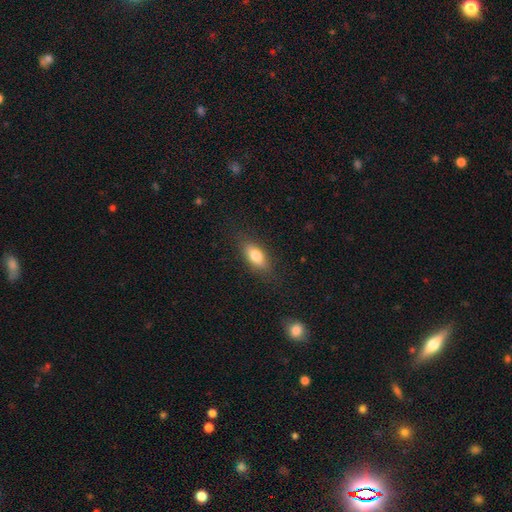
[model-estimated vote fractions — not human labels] Overall: smooth (78%). How rounded: in between (81%). Merging: none (83%).